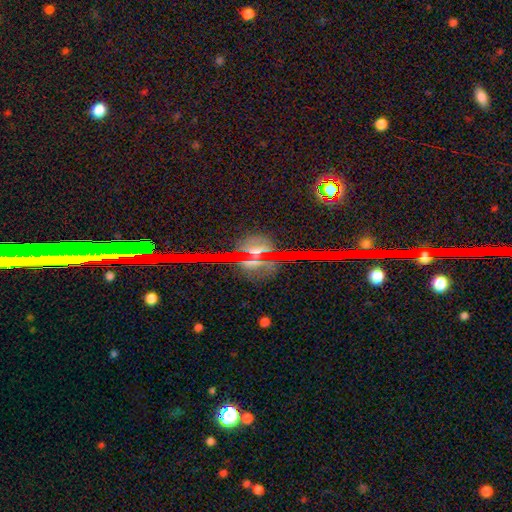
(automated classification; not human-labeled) Smooth or featured?
  - star or artifact: 57% *
  - featured or disk: 33%
  - smooth: 10%